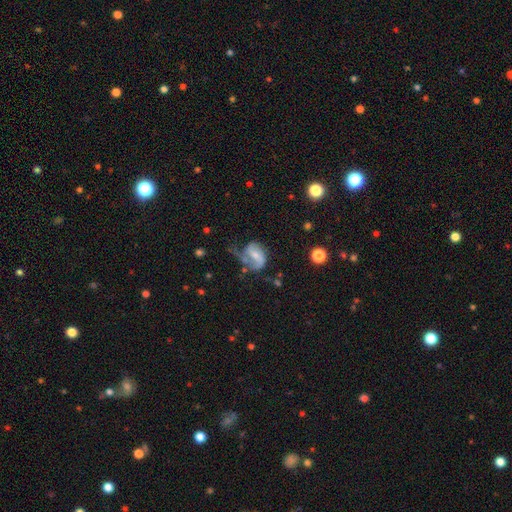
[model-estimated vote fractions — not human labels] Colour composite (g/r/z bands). It shows a featured or disk galaxy (65%) with a weak bar (44%), 2 (57%) loose (42%) spiral arms (82%) and a small central bulge (49%). Merging: major disturbance (38%).